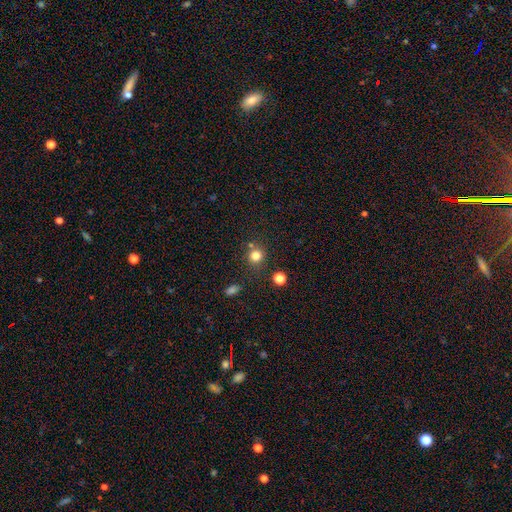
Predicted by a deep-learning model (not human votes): Smooth or featured: smooth — 80% (star or artifact — 14%)
How rounded: round — 88% (in between — 11%)
Merging: none — 75% (merger — 12%)